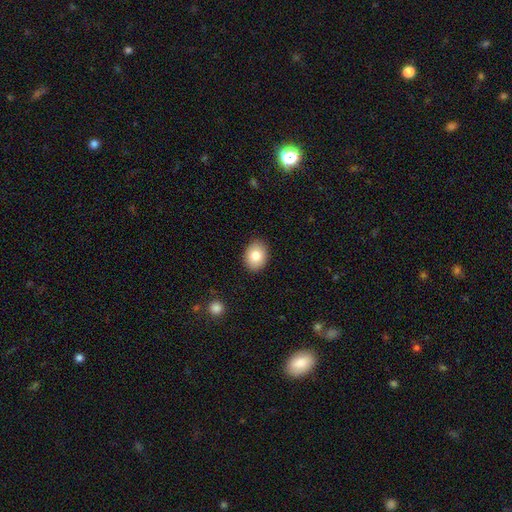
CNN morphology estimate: This appears to be a smooth galaxy with no disk features (83%) that is in between round and cigar-shaped (60%). Merging: none (89%).